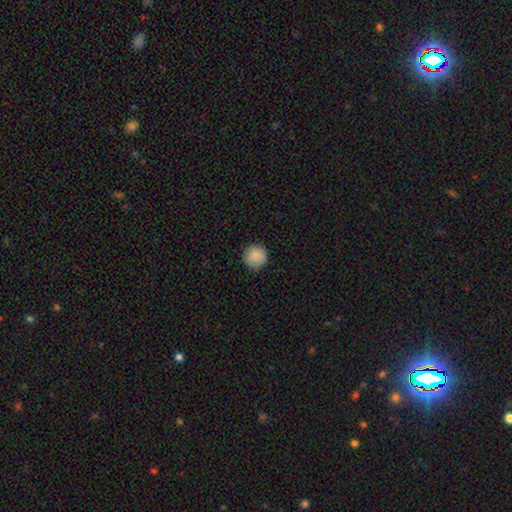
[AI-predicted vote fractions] A smooth galaxy with no disk features (86%) that is round (96%). Merging: none (89%).